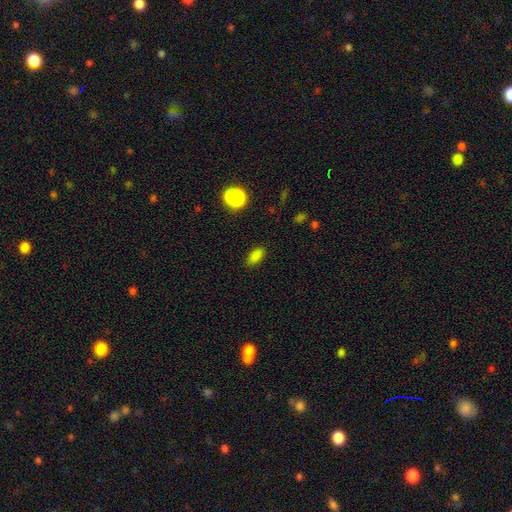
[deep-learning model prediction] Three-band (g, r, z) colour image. It shows a smooth galaxy with no disk features (84%) that is in between round and cigar-shaped (88%). Merging: none (84%).